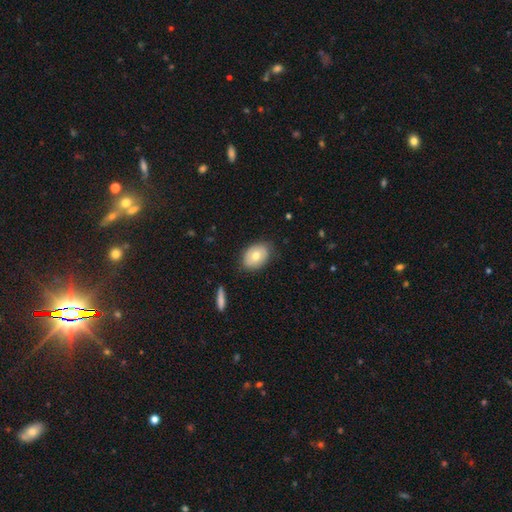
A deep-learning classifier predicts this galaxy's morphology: Smooth or featured? Predicted: smooth (p=0.68). How rounded? Predicted: in between (p=0.75). Merging? Predicted: none (p=0.80).